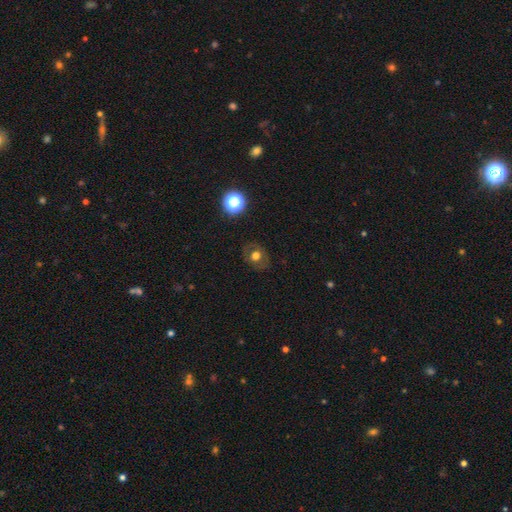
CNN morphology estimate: Q: Smooth or featured?
A: smooth (59%); runner-up: featured or disk (25%)
Q: How rounded?
A: round (66%); runner-up: in between (33%)
Q: Merging?
A: none (82%); runner-up: minor disturbance (12%)